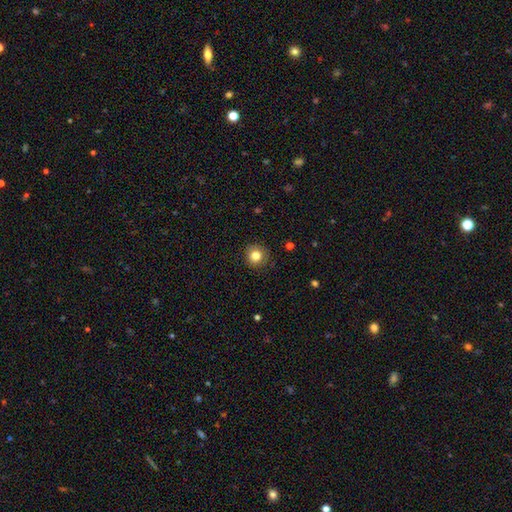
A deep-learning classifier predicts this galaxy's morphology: smooth-or-featured: smooth: 82% | star or artifact: 11% | featured or disk: 7%
  how-rounded: round: 93% | in between: 6% | cigar-shaped: 1%
  merging: none: 87% | minor disturbance: 9% | major disturbance: 3% | merger: 1%